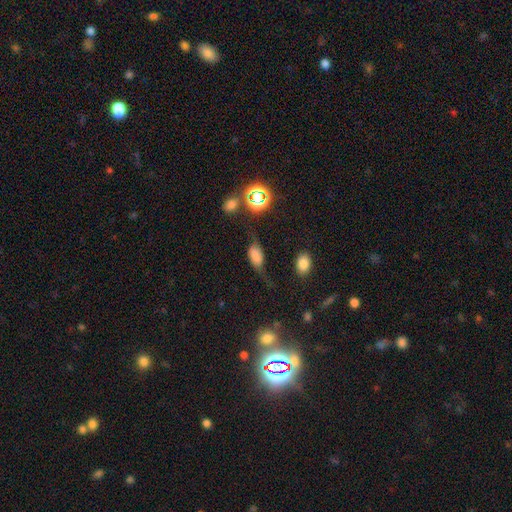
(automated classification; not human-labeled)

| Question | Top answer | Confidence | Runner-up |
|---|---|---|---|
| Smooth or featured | smooth | 55% | featured or disk (29%) |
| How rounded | in between | 84% | round (8%) |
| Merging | none | 43% | minor disturbance (28%) |